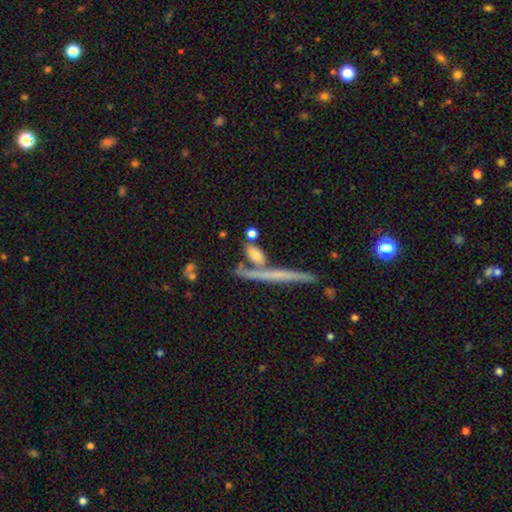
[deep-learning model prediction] A smooth galaxy with no disk features (55%) that is cigar-shaped (59%). Merging: none (63%).